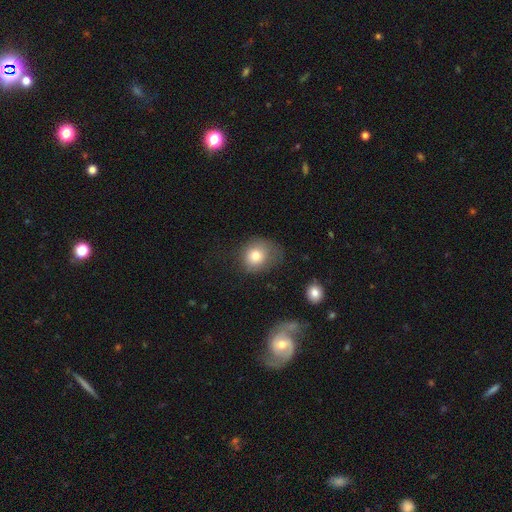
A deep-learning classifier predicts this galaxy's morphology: Q: Smooth or featured?
A: smooth (78%); runner-up: featured or disk (12%)
Q: How rounded?
A: round (68%); runner-up: in between (31%)
Q: Merging?
A: none (51%); runner-up: minor disturbance (28%)